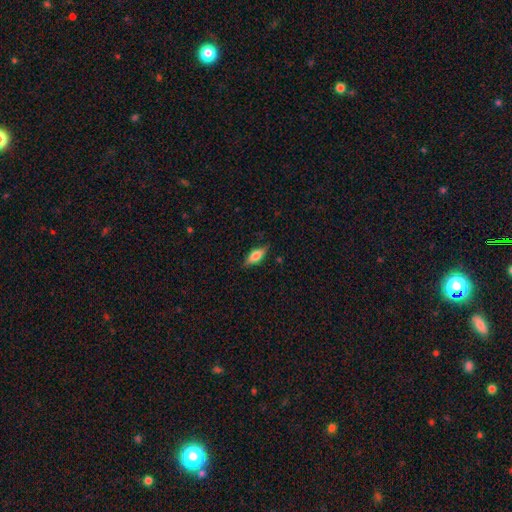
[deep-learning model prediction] Overall: smooth (64%; featured or disk 30%). How rounded: in between (68%; cigar-shaped 29%). Merging: none (83%).